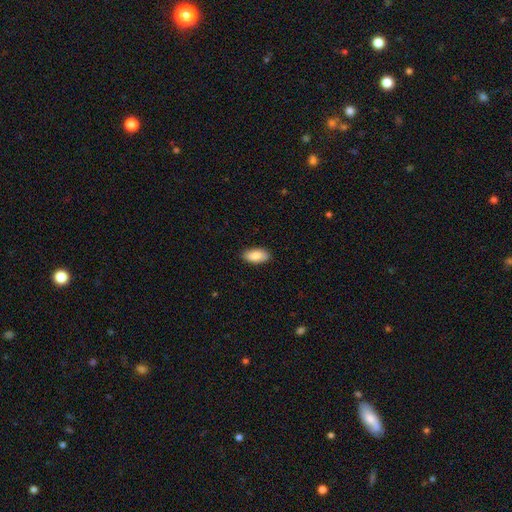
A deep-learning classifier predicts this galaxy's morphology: type=smooth (86%); roundness=in between (94%); merging=none (89%).